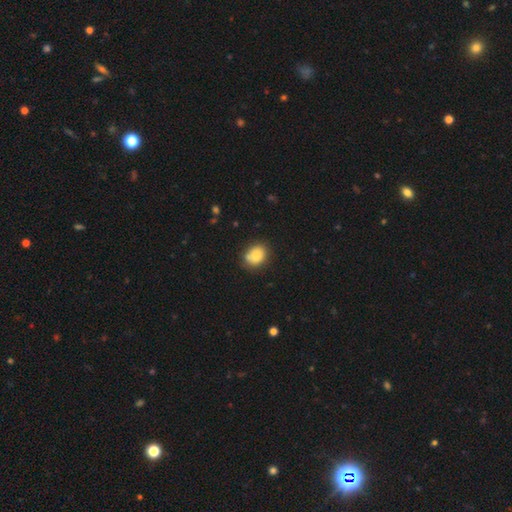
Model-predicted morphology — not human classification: The model was most divided on "how rounded": in between: 55%, round: 44%, cigar-shaped: 1%. More confident: smooth or featured — smooth (83%); merging — none (72%).